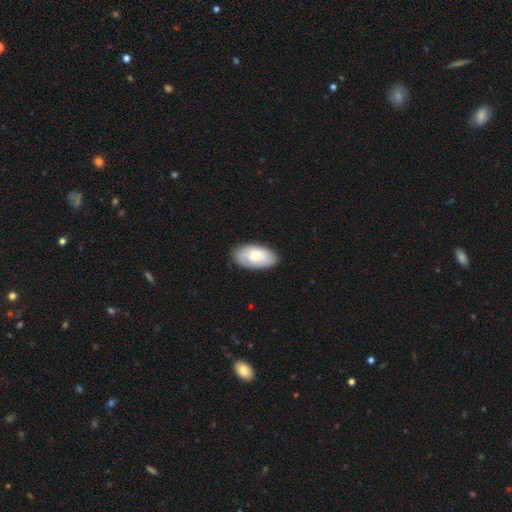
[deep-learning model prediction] Smooth or featured: smooth — 58% (featured or disk — 36%)
How rounded: in between — 94% (round — 3%)
Merging: none — 81% (minor disturbance — 15%)